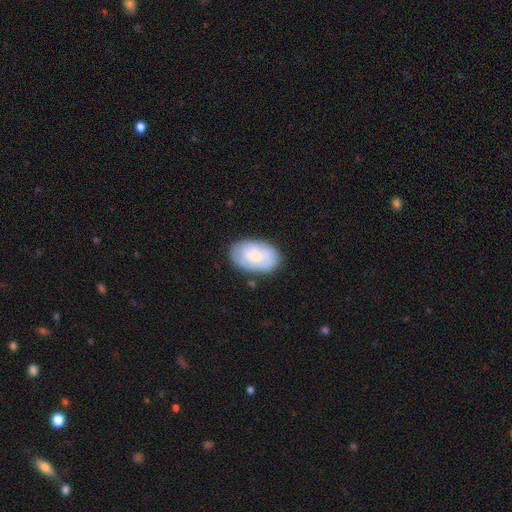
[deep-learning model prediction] Morphology: type=smooth (61%); roundness=in between (89%); merging=none (76%).